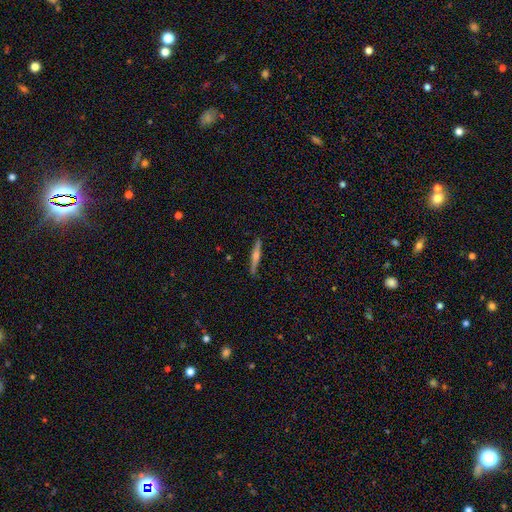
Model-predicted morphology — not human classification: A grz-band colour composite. It shows a featured or disk galaxy (64%) viewed edge-on (98%) with a rounded central bulge (82%). Merging: none (89%).